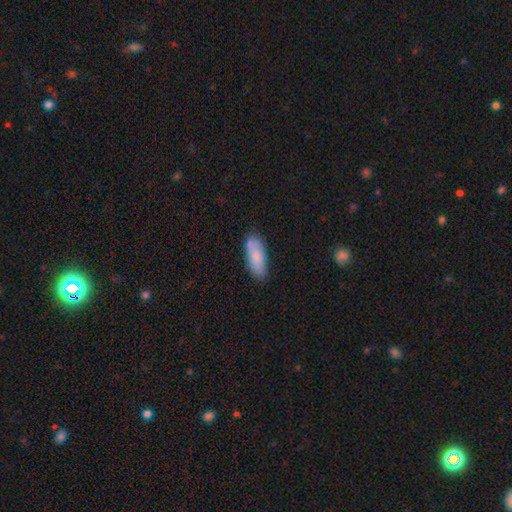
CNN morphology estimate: A smooth galaxy with no disk features (79%) that is in between round and cigar-shaped (74%). Merging: none (72%).